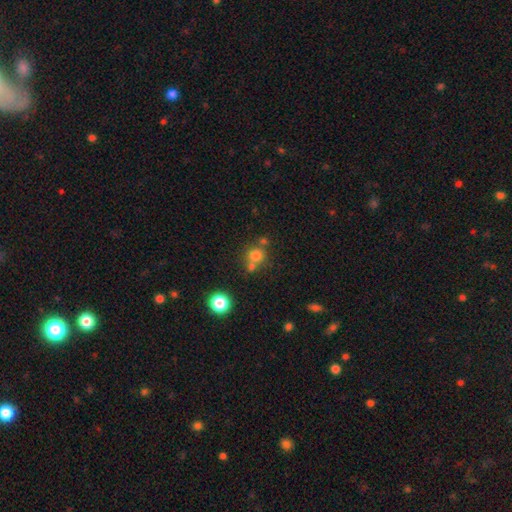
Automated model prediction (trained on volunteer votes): Smooth or featured: smooth — 73% (star or artifact — 16%)
How rounded: round — 88% (in between — 11%)
Merging: none — 56% (merger — 32%)